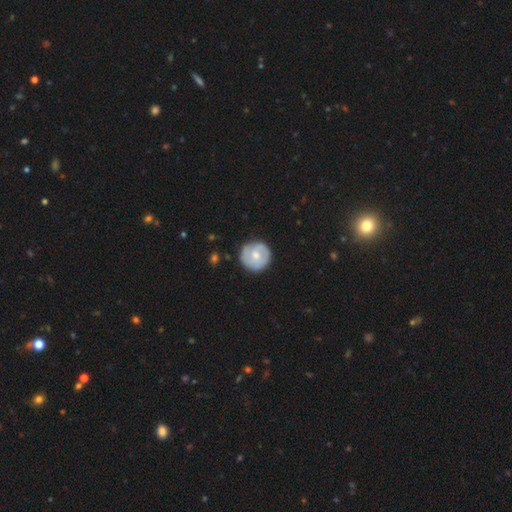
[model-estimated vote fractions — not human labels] Smooth or featured? smooth (50%)
How rounded? round (93%)
Merging? none (80%)